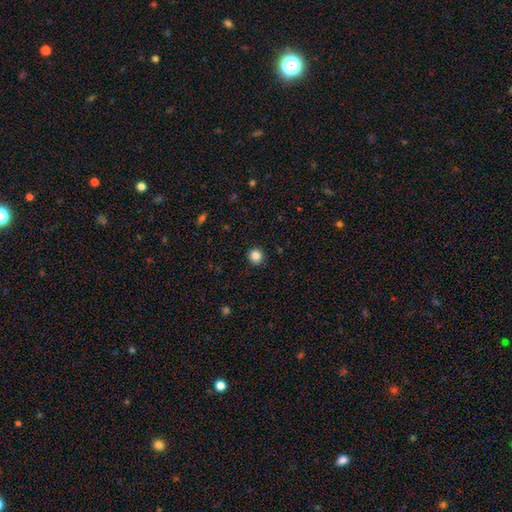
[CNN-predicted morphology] The model was most divided on "smooth or featured": smooth: 86%, star or artifact: 10%, featured or disk: 4%. More confident: how rounded — round (93%); merging — none (92%).